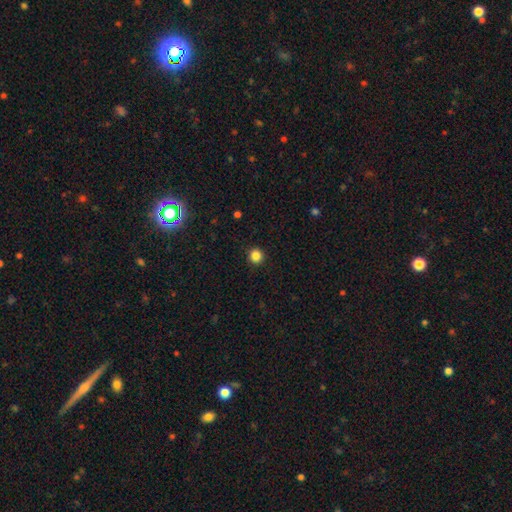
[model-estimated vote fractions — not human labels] smooth 85%, star or artifact 12%, featured or disk 3%. Down the decision tree: how rounded — round (95%); merging — none (92%).